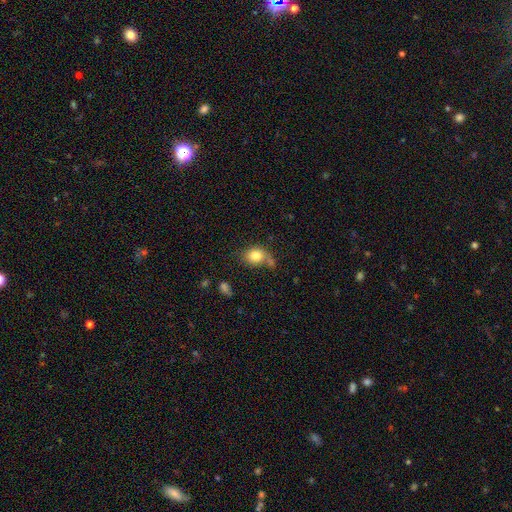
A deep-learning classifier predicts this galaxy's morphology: A smooth galaxy with no disk features (79%) that is round (59%). Merging: none (55%).